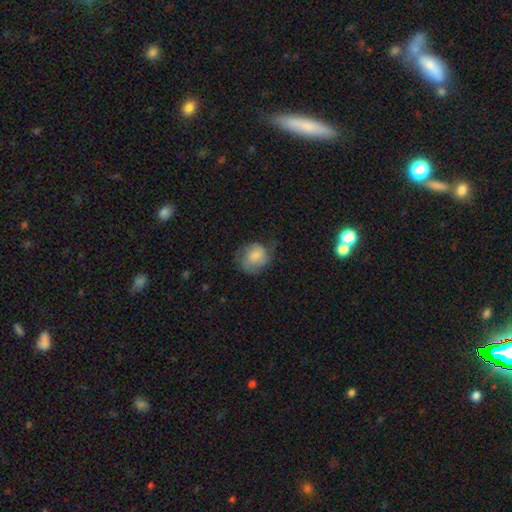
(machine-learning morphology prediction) Smooth or featured? smooth (66%)
How rounded? round (66%)
Merging? none (52%)